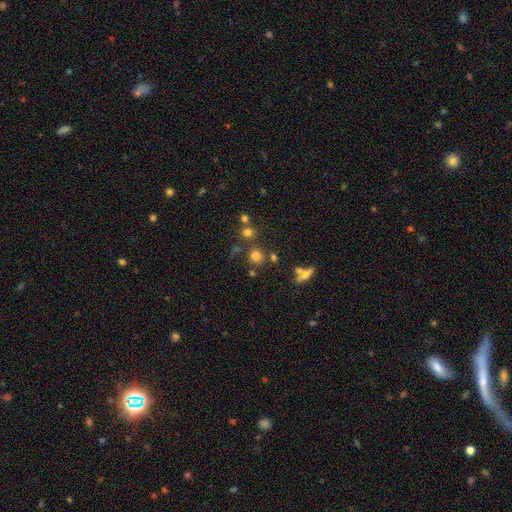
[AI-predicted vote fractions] smooth_or_featured: smooth (p=0.71) [alt: star or artifact p=0.19]
how_rounded: round (p=0.87) [alt: in between p=0.12]
merging: none (p=0.72) [alt: merger p=0.15]